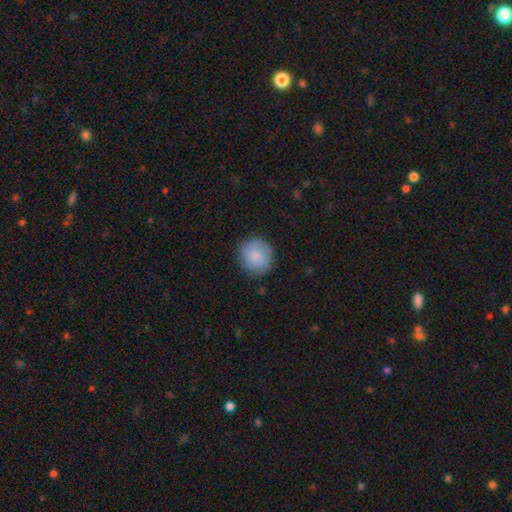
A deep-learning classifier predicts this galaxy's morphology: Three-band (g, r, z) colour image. It shows a smooth galaxy with no disk features (79%) that is round (91%). Merging: none (82%).